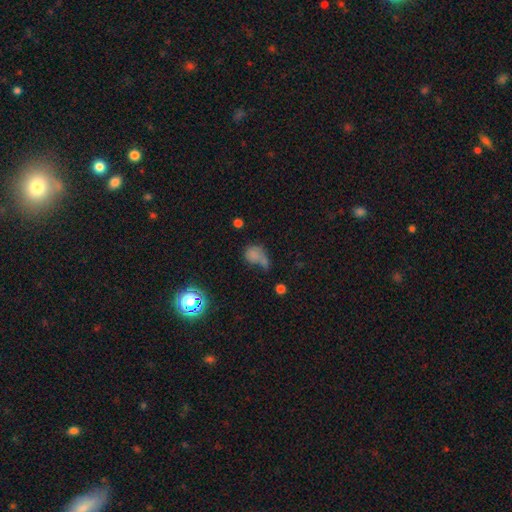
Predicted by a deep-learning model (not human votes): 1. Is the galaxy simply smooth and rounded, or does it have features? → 70% smooth, 18% star or artifact, 13% featured or disk.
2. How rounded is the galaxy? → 51% round, 47% in between, 2% cigar-shaped.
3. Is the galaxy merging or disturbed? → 32% none, 30% merger, 19% major disturbance, 19% minor disturbance.